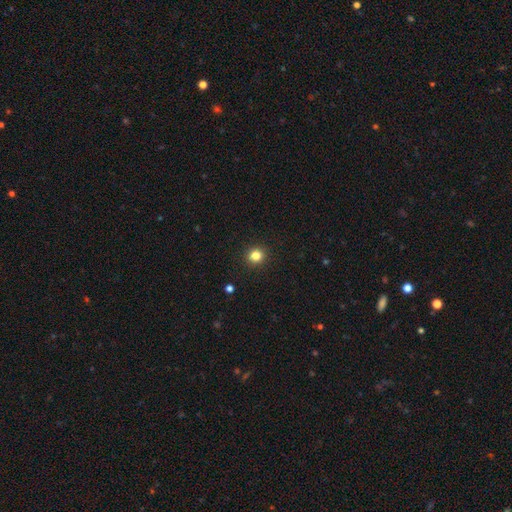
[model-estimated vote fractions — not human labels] Smooth or featured? smooth (83%)
How rounded? round (89%)
Merging? none (93%)